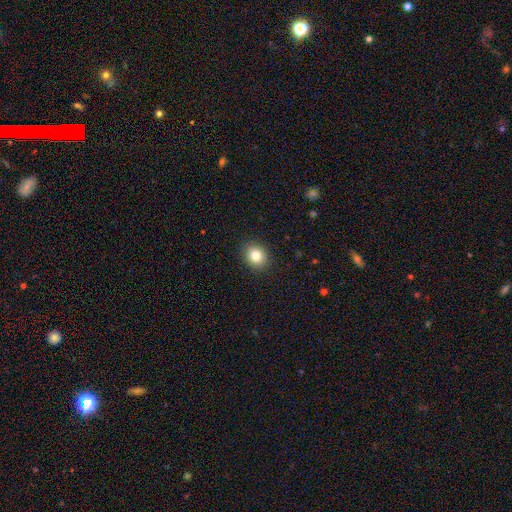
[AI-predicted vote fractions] This is clearly a smooth galaxy (82%). How rounded: likely round (67%). Merging: clearly none (91%).